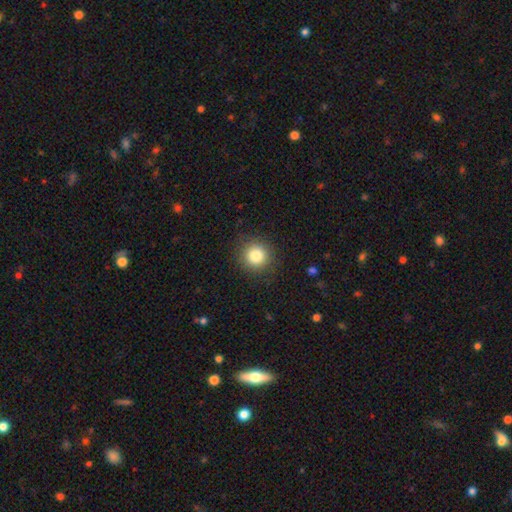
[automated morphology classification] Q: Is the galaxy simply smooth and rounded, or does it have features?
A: smooth — 82%.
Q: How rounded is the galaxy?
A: round — 94%.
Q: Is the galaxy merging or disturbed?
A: none — 90%.